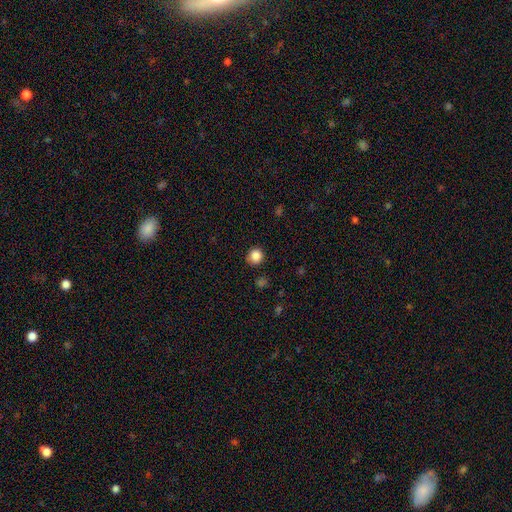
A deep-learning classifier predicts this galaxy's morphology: Smooth or featured? Predicted: smooth (p=0.86). How rounded? Predicted: round (p=0.91). Merging? Predicted: none (p=0.88).